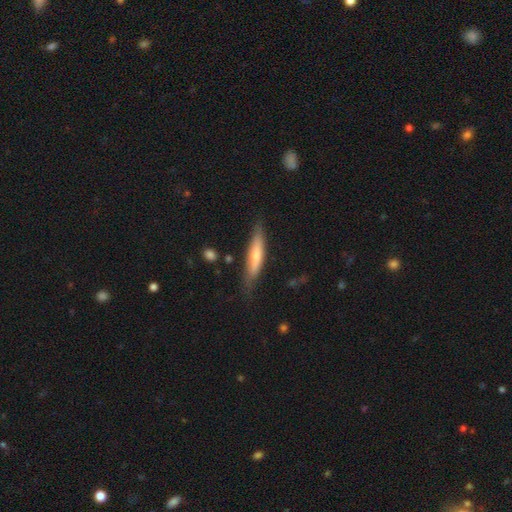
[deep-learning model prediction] Overall: featured or disk (50%; smooth 42%). Merging: none (79%).